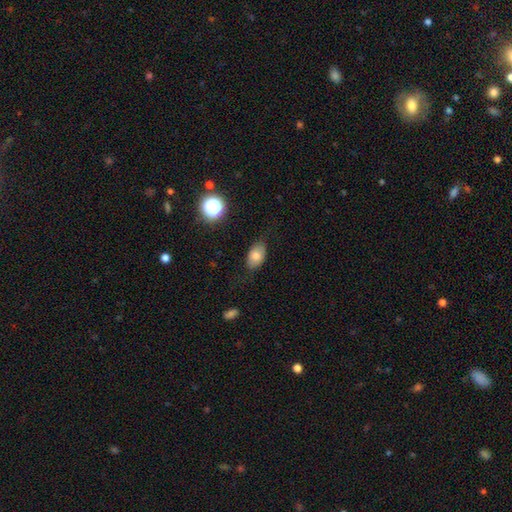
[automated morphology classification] Smooth or featured?
  - smooth: 77% *
  - featured or disk: 13%
  - star or artifact: 10%
How rounded?
  - in between: 88% *
  - round: 10%
  - cigar-shaped: 2%
Merging?
  - none: 79% *
  - minor disturbance: 16%
  - major disturbance: 4%
  - merger: 1%